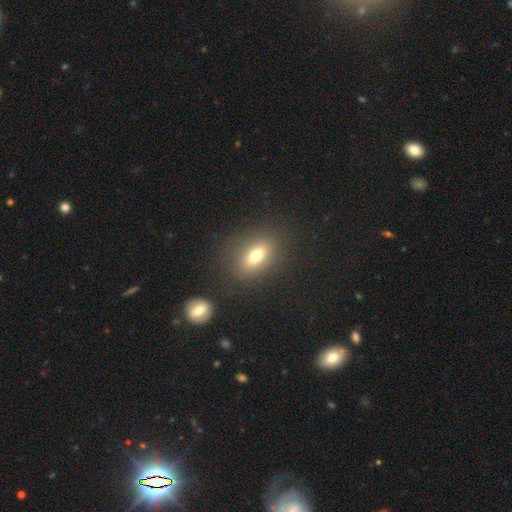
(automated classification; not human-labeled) A smooth galaxy with no disk features (71%) that is in between round and cigar-shaped (77%). Merging: none (84%).